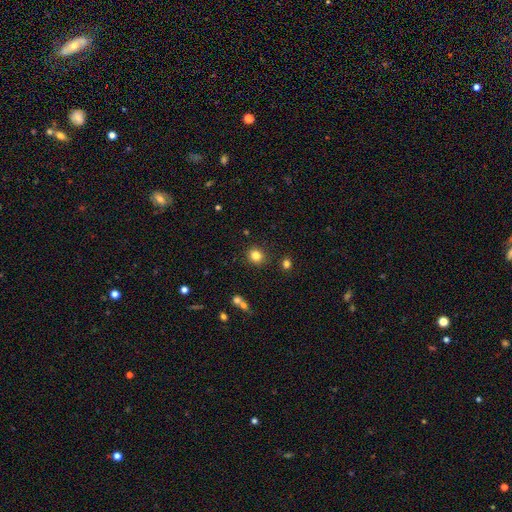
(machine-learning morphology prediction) type=smooth (82%); roundness=round (85%); merging=none (88%).